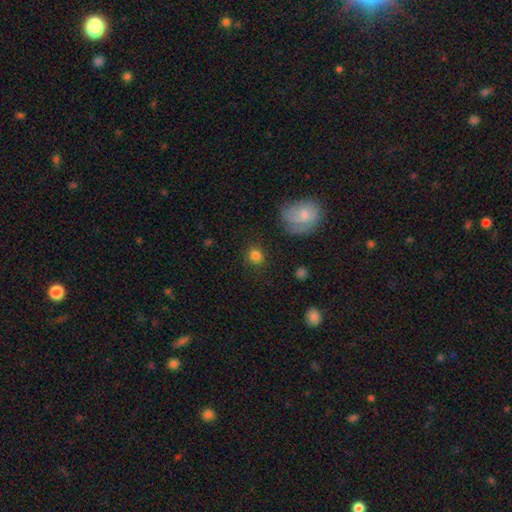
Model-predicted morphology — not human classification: A smooth galaxy with no disk features (81%) that is round (82%). Merging: none (85%).